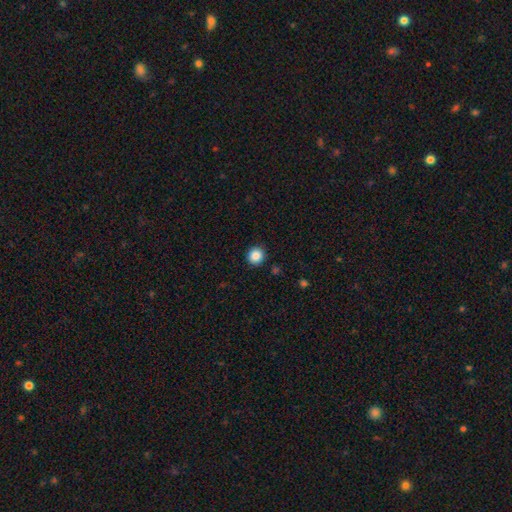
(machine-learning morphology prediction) Smooth or featured? smooth (87%)
How rounded? round (91%)
Merging? none (92%)